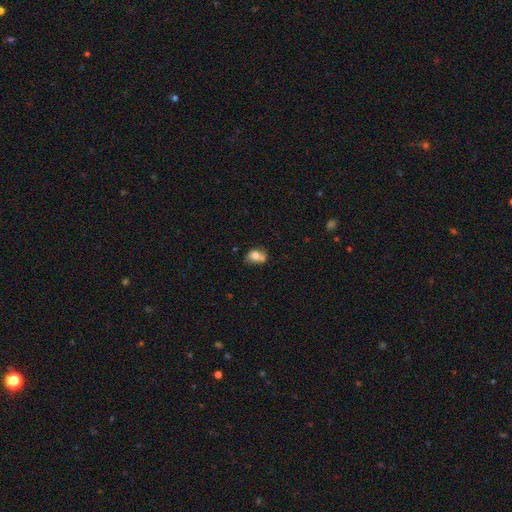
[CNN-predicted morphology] Q: Smooth or featured?
A: smooth (71%); runner-up: featured or disk (20%)
Q: How rounded?
A: in between (66%); runner-up: round (33%)
Q: Merging?
A: none (45%); runner-up: minor disturbance (24%)